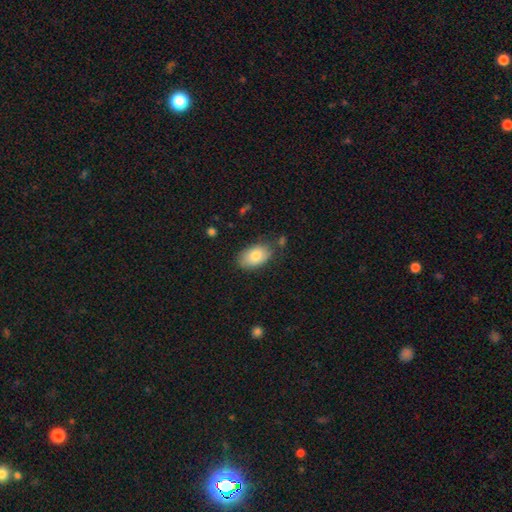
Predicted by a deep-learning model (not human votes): Q: Smooth or featured?
A: smooth (81%); runner-up: featured or disk (12%)
Q: How rounded?
A: in between (91%); runner-up: round (7%)
Q: Merging?
A: none (75%); runner-up: minor disturbance (18%)